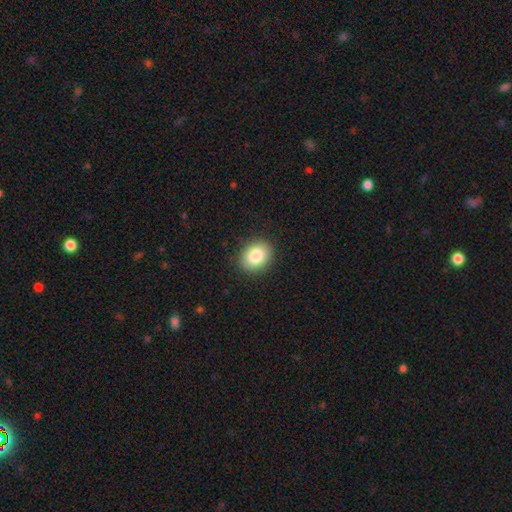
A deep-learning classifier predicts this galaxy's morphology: Smooth or featured? Predicted: smooth (p=0.84). How rounded? Predicted: in between (p=0.61). Merging? Predicted: none (p=0.89).